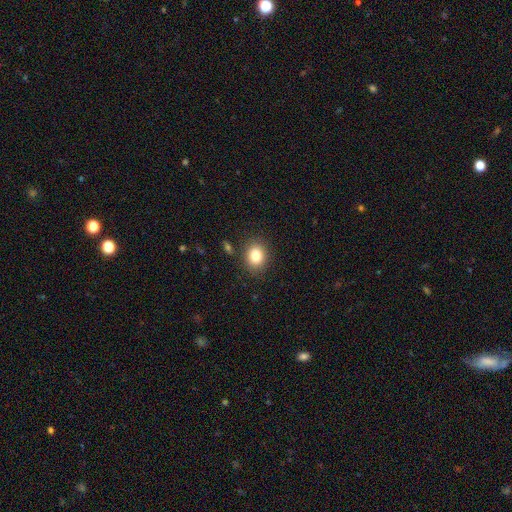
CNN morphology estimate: The model was most divided on "how rounded": round: 60%, in between: 39%, cigar-shaped: 1%. More confident: merging — none (86%); smooth or featured — smooth (82%).